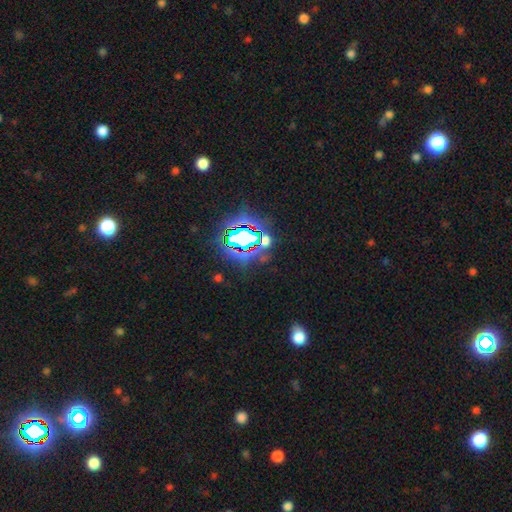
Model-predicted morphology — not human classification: Smooth or featured? Predicted: star or artifact (p=0.83).